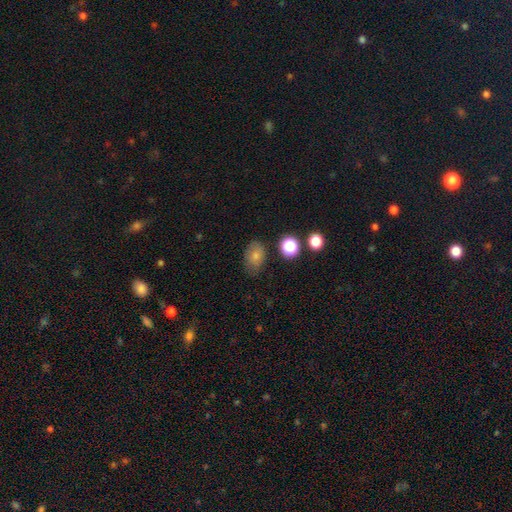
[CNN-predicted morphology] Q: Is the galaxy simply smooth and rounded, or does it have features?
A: smooth — 79%.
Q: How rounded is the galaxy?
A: in between — 81%.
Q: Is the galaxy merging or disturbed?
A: none — 74%.